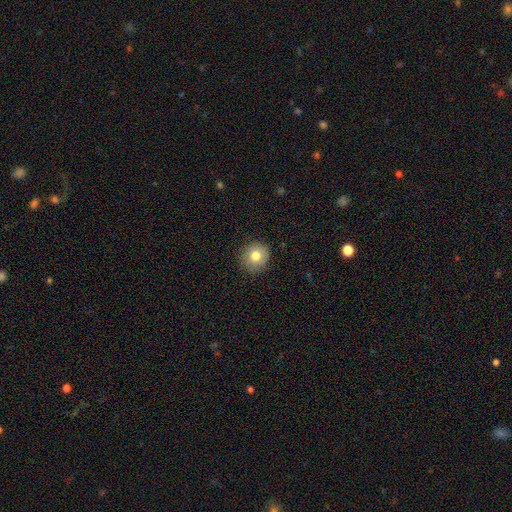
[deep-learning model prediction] Smooth or featured? smooth (78%)
How rounded? round (91%)
Merging? none (86%)